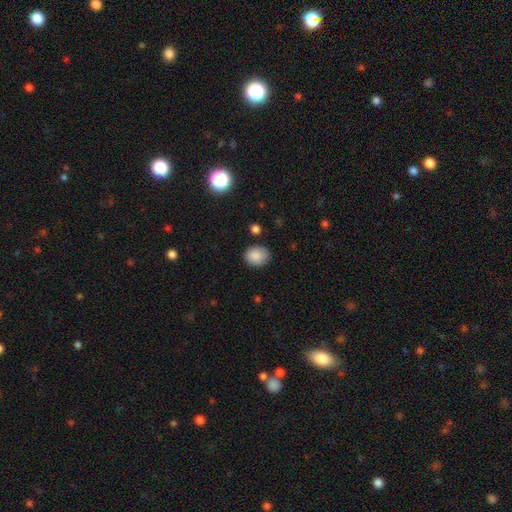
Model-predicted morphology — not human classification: Q: Smooth or featured?
A: smooth (88%); runner-up: star or artifact (8%)
Q: How rounded?
A: round (53%); runner-up: in between (46%)
Q: Merging?
A: none (81%); runner-up: minor disturbance (13%)